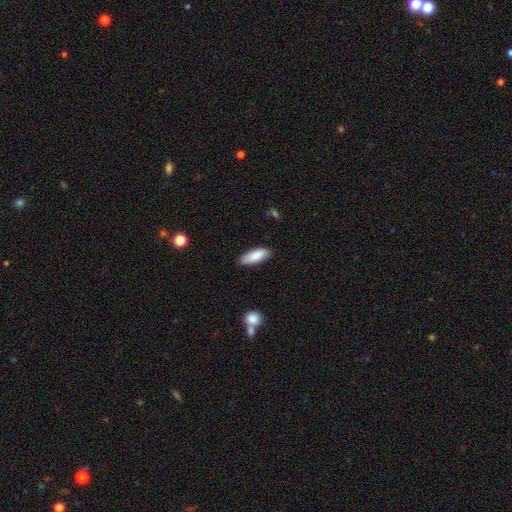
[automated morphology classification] Smooth or featured: smooth — 86% (featured or disk — 8%)
How rounded: in between — 72% (cigar-shaped — 26%)
Merging: none — 82% (minor disturbance — 14%)